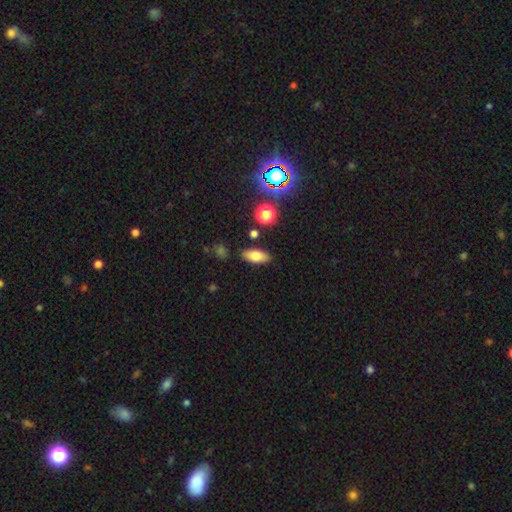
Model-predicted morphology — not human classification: Overall: smooth (74%). How rounded: in between (83%). Merging: none (85%).